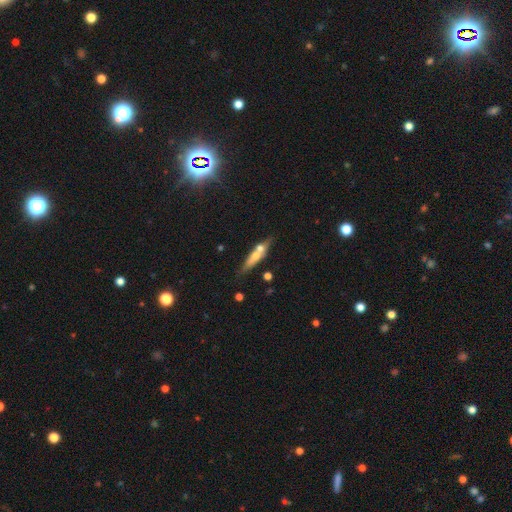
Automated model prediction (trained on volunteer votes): smooth 50%, featured or disk 42%, star or artifact 8%. Down the decision tree: how rounded — cigar-shaped (79%); merging — none (61%).